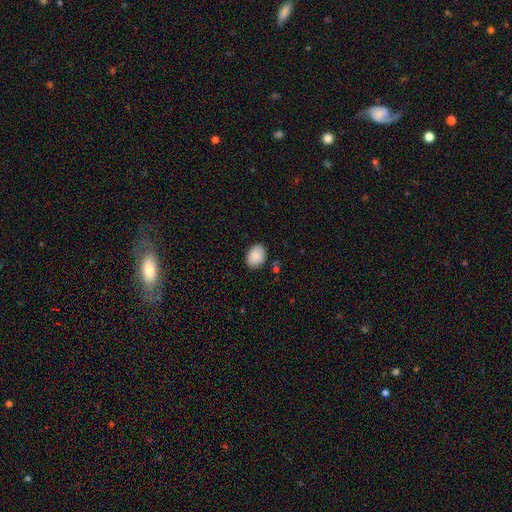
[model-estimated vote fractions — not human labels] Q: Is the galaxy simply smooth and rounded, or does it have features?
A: smooth — 89%.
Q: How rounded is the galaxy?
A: in between — 69%.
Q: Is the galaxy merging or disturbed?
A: none — 83%.